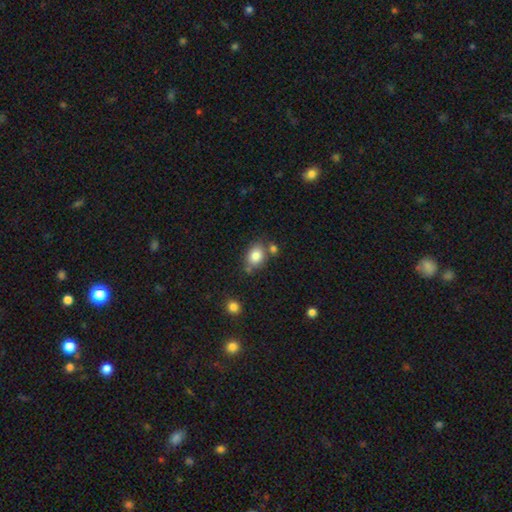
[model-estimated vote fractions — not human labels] Morphology: type=smooth (82%); roundness=in between (62%); merging=none (65%).